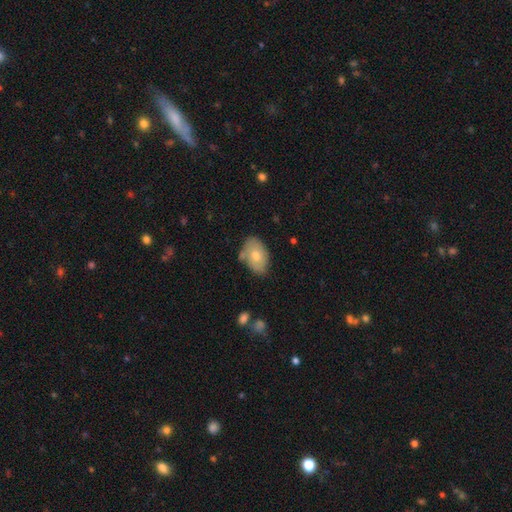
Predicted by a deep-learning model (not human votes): smooth_or_featured: smooth (p=0.68) [alt: featured or disk p=0.25]
how_rounded: in between (p=0.87) [alt: round p=0.12]
merging: none (p=0.71) [alt: minor disturbance p=0.20]